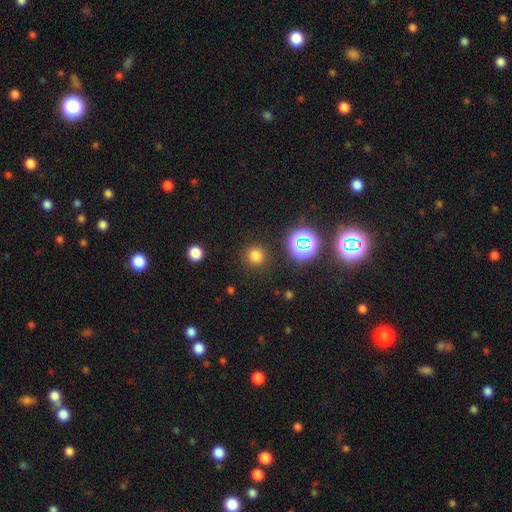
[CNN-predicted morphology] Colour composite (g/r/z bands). It shows a smooth galaxy with no disk features (75%) that is round (94%). Merging: none (89%).